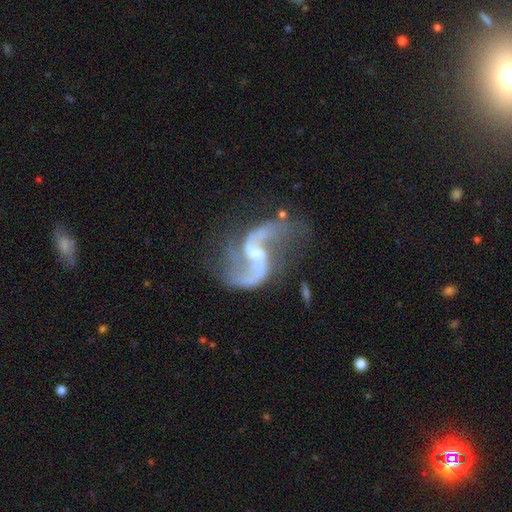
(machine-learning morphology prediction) Q: Smooth or featured?
A: featured or disk (92%); runner-up: star or artifact (5%)
Q: Edge-on disk?
A: no (98%); runner-up: yes (2%)
Q: Bar?
A: weak (51%); runner-up: no (30%)
Q: Spiral arms?
A: yes (98%); runner-up: no (2%)
Q: Spiral winding?
A: loose (74%); runner-up: medium (22%)
Q: Spiral arm count?
A: 2 (92%); runner-up: can't tell (2%)
Q: Bulge size?
A: small (57%); runner-up: moderate (29%)
Q: Merging?
A: none (60%); runner-up: minor disturbance (18%)